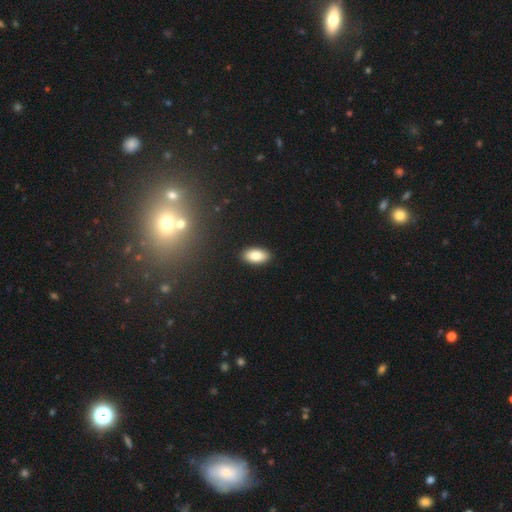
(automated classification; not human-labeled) Morphology: type=smooth (85%); roundness=in between (93%); merging=none (90%).